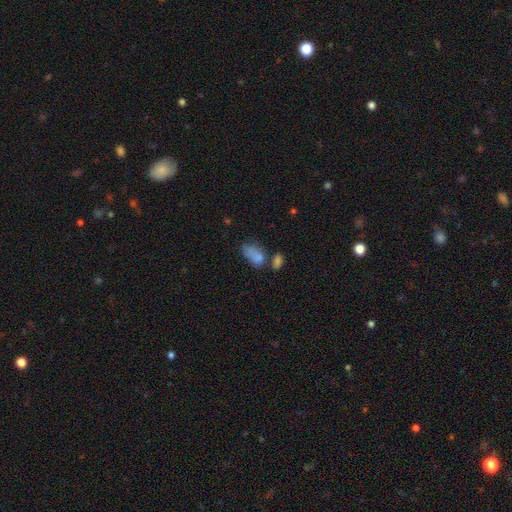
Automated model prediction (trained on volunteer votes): smooth-or-featured: smooth: 77% | featured or disk: 12% | star or artifact: 11%
  how-rounded: in between: 88% | round: 8% | cigar-shaped: 3%
  merging: merger: 30% (tied) | none: 30% (tied) | minor disturbance: 23% | major disturbance: 17%